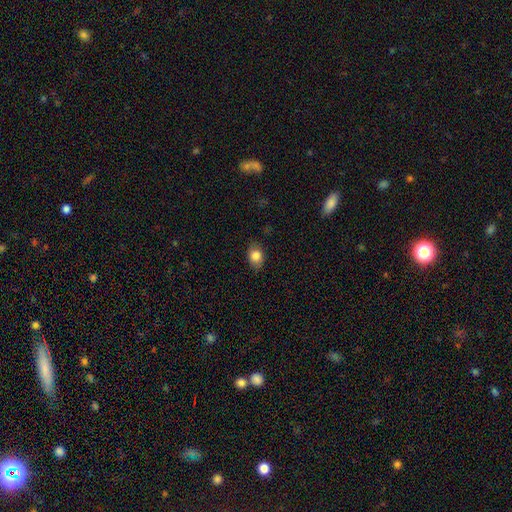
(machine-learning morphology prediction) smooth_or_featured: smooth (p=0.83) [alt: star or artifact p=0.09]
how_rounded: in between (p=0.70) [alt: round p=0.28]
merging: none (p=0.80) [alt: minor disturbance p=0.16]